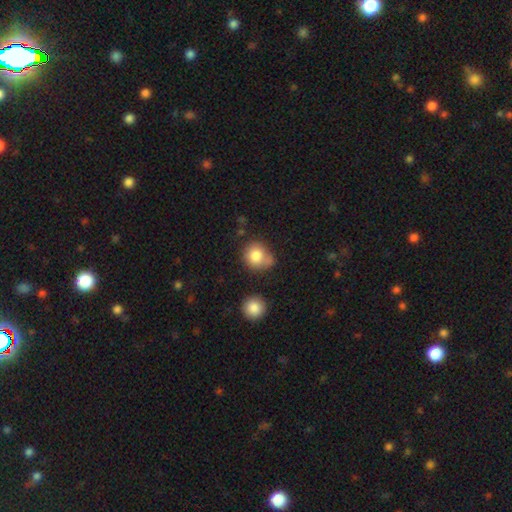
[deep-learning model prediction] This appears to be a smooth galaxy with no disk features (81%) that is round (82%). Merging: none (54%).